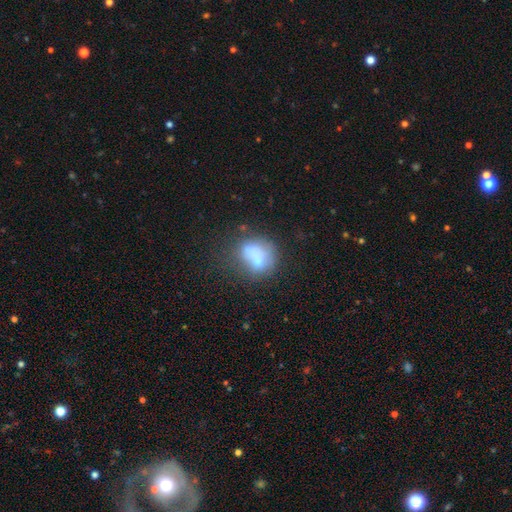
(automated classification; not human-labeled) Morphology: type=smooth (62%); roundness=round (56%); merging=none (35%).